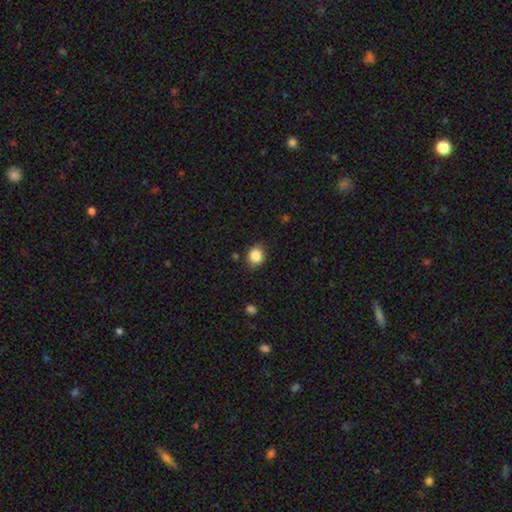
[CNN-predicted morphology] Smooth or featured? smooth (85%)
How rounded? round (70%)
Merging? none (83%)